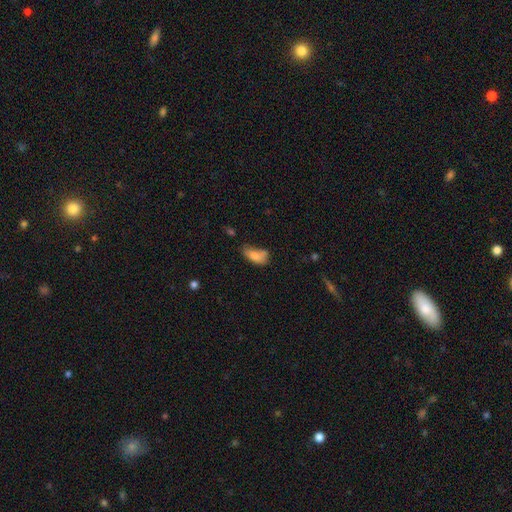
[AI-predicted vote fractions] Overall: smooth (79%). How rounded: in between (88%). Merging: minor disturbance (35%; none 33%).